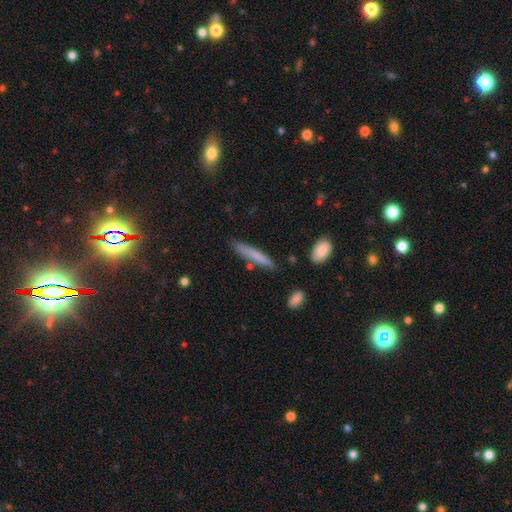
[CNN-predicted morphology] Smooth or featured? Predicted: smooth (p=0.72). How rounded? Predicted: cigar-shaped (p=0.93). Merging? Predicted: none (p=0.82).